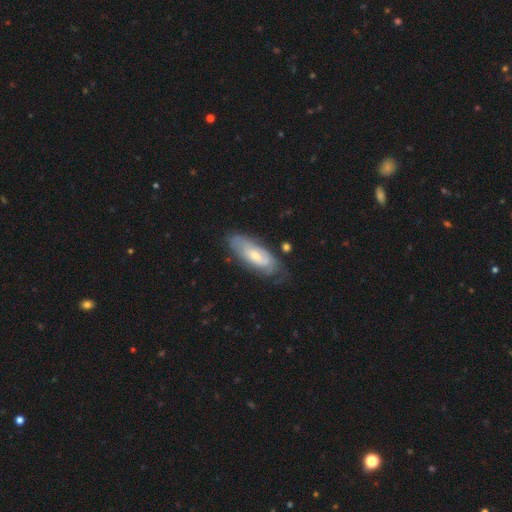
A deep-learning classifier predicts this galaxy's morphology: Smooth or featured: featured or disk — 53% (smooth — 41%)
Edge-on disk: no — 82% (yes — 18%)
Merging: none — 60% (minor disturbance — 27%)